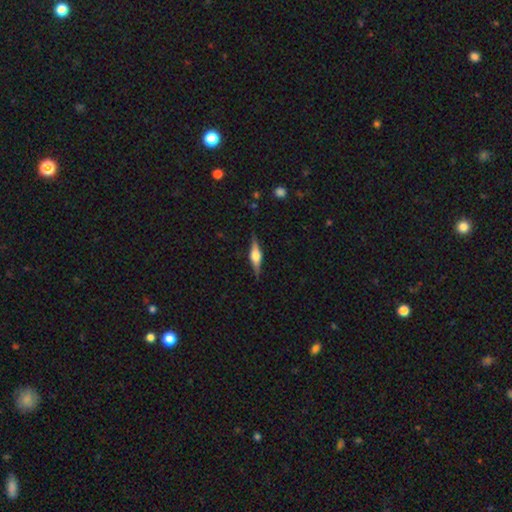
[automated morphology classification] Smooth or featured? Predicted: featured or disk (p=0.76). Edge-on disk? Predicted: yes (p=0.98). Edge-on bulge? Predicted: rounded (p=0.90). Merging? Predicted: none (p=0.88).